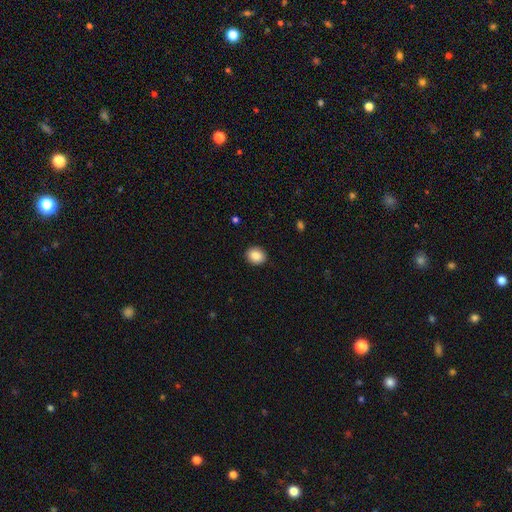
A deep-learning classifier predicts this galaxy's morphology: Smooth or featured? Predicted: smooth (p=0.88). How rounded? Predicted: round (p=0.60). Merging? Predicted: none (p=0.90).